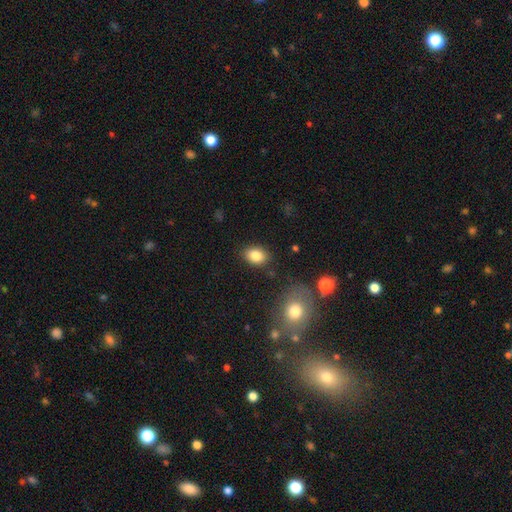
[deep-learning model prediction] The model was most divided on "how rounded": in between: 76%, round: 23%, cigar-shaped: 1%. More confident: merging — none (85%); smooth or featured — smooth (84%).